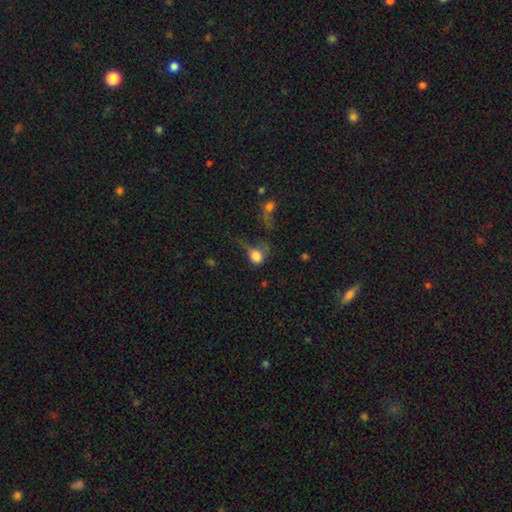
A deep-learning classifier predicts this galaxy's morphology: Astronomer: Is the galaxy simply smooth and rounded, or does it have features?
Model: smooth — 73%.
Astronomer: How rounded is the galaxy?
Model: round — 60% (runner-up: in between, 38%).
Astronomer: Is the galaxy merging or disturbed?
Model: major disturbance — 46% (runner-up: none, 24%).